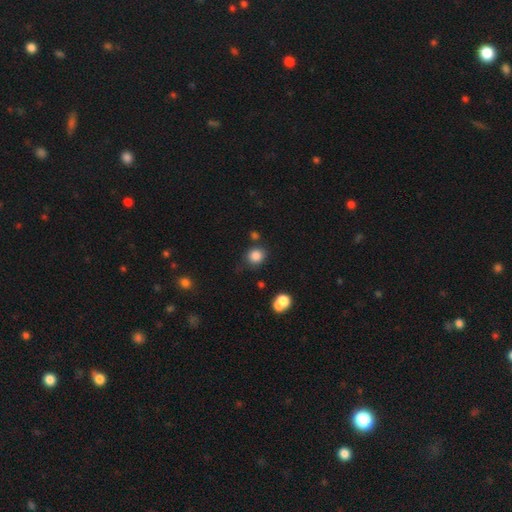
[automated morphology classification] This is clearly a smooth galaxy (84%). How rounded: clearly round (84%). Merging: likely none (77%).